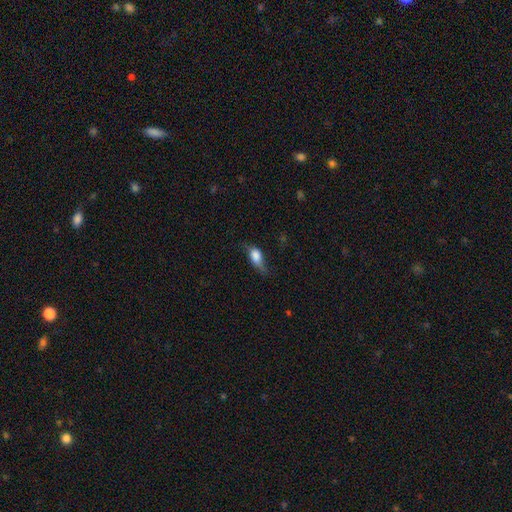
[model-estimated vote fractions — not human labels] Morphology: type=smooth (70%); roundness=in between (80%); merging=none (41%).